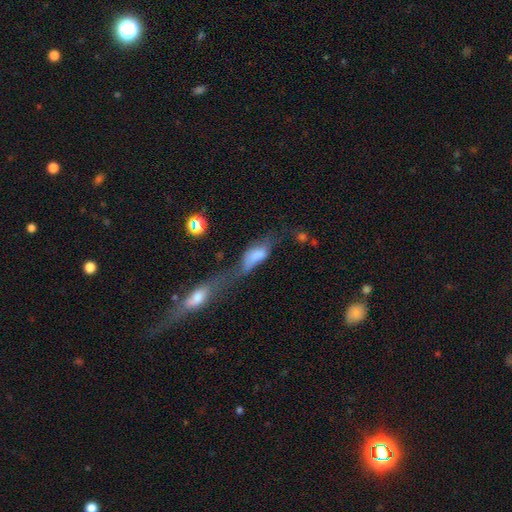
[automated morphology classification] smooth_or_featured: smooth (p=0.63) [alt: featured or disk p=0.27]
how_rounded: in between (p=0.79) [alt: cigar-shaped p=0.15]
merging: merger (p=0.44) [alt: major disturbance p=0.31]